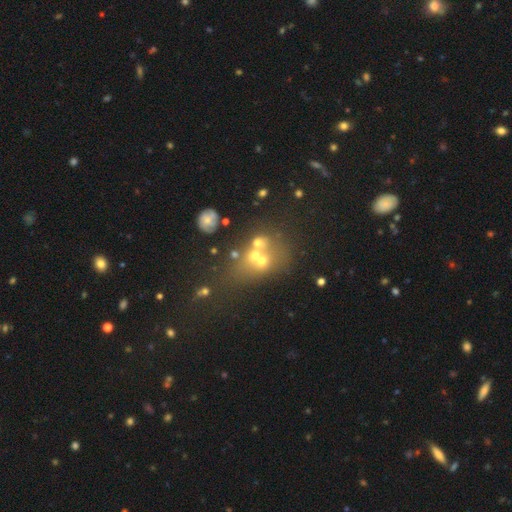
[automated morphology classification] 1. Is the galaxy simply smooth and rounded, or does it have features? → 43% smooth, 30% featured or disk, 27% star or artifact.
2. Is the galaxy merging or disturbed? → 52% merger, 31% none, 9% minor disturbance, 8% major disturbance.